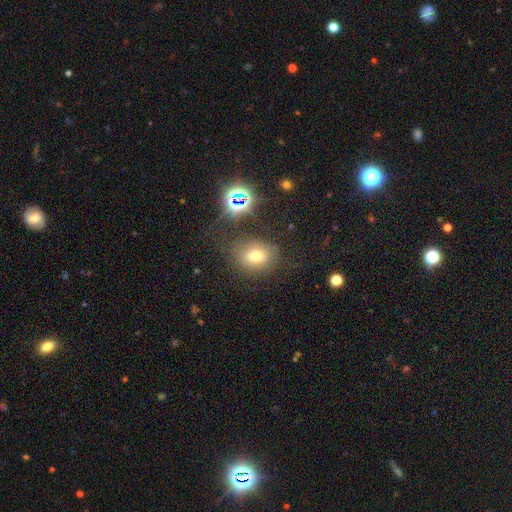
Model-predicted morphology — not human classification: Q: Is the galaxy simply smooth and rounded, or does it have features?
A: smooth — 66%.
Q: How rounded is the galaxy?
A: round — 50%.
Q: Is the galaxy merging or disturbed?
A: none — 68%.